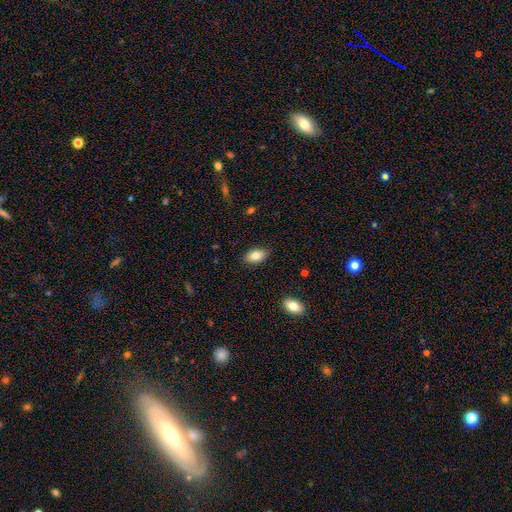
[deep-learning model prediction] This appears to be a smooth galaxy with no disk features (84%) that is in between round and cigar-shaped (92%). Merging: none (86%).